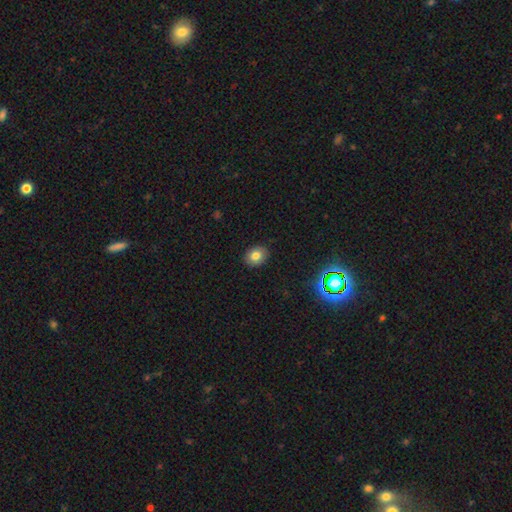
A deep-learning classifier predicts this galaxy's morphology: The model was most divided on "how rounded": in between: 50%, round: 49%, cigar-shaped: 1%. More confident: merging — none (89%); smooth or featured — smooth (78%).